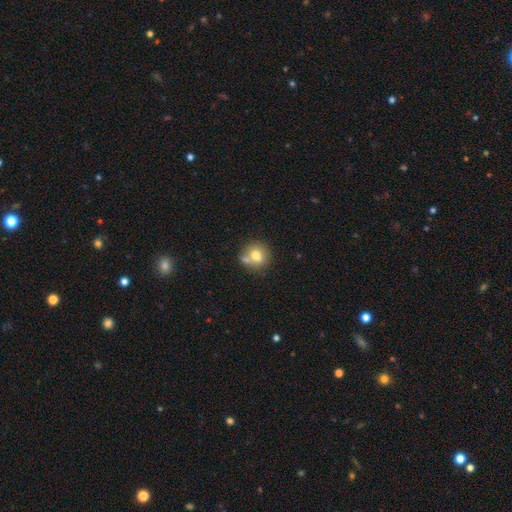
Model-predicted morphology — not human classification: This appears to be a smooth galaxy with no disk features (73%) that is round (83%). Merging: none (56%).